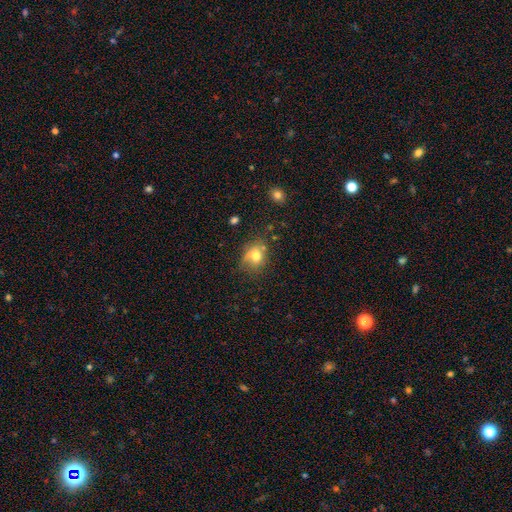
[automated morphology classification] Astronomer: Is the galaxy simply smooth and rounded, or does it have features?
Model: smooth — 70%.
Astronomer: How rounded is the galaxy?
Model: round — 51% (runner-up: in between, 48%).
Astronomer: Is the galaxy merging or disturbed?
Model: none — 55%.